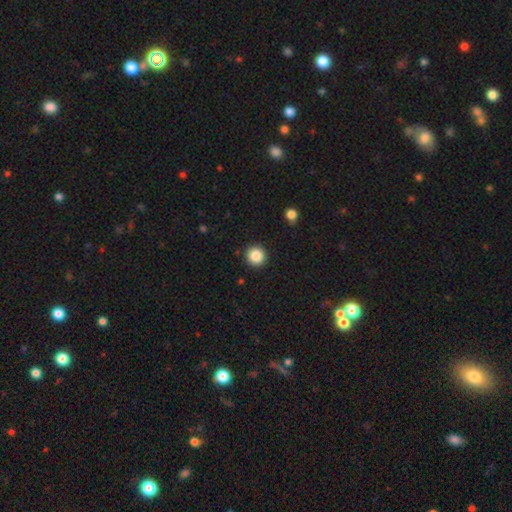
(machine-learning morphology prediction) Q: Smooth or featured?
A: smooth (87%); runner-up: star or artifact (9%)
Q: How rounded?
A: round (96%); runner-up: in between (3%)
Q: Merging?
A: none (92%); runner-up: minor disturbance (5%)